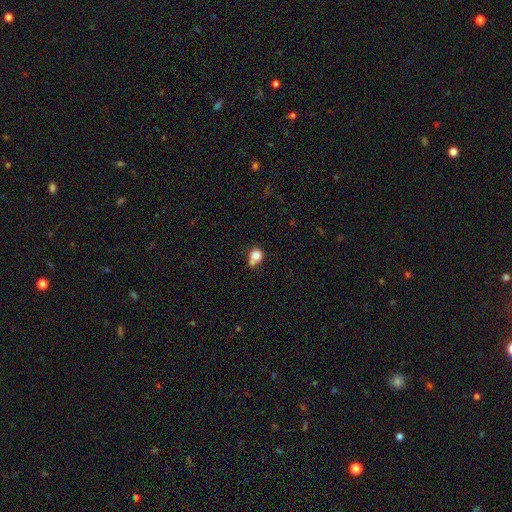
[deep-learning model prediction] Overall: smooth (80%). How rounded: round (77%). Merging: none (41%; merger 37%).